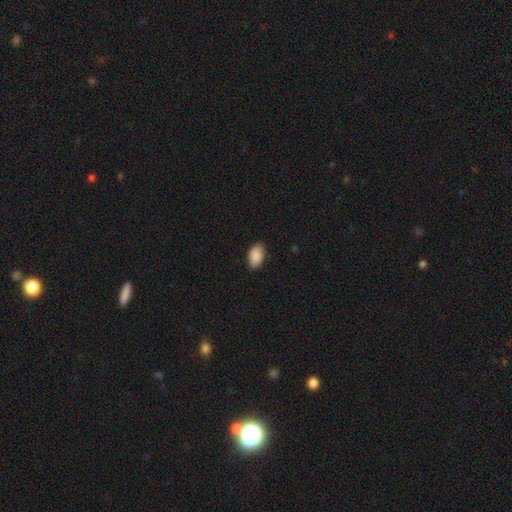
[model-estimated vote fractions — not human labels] Smooth or featured: smooth — 89% (star or artifact — 6%)
How rounded: in between — 93% (round — 5%)
Merging: none — 82% (minor disturbance — 15%)